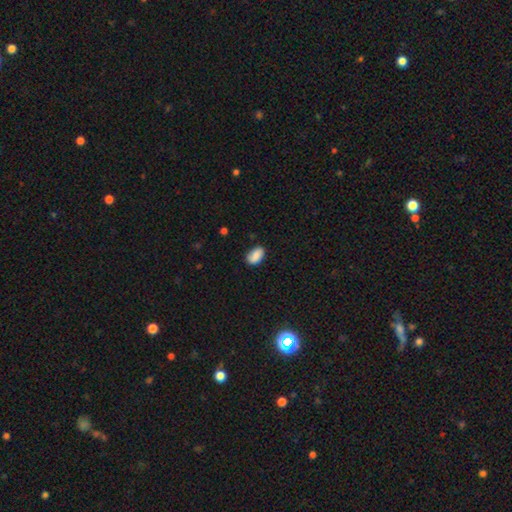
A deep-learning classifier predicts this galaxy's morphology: smooth_or_featured: smooth (p=0.87) [alt: star or artifact p=0.08]
how_rounded: in between (p=0.91) [alt: round p=0.07]
merging: none (p=0.80) [alt: minor disturbance p=0.16]